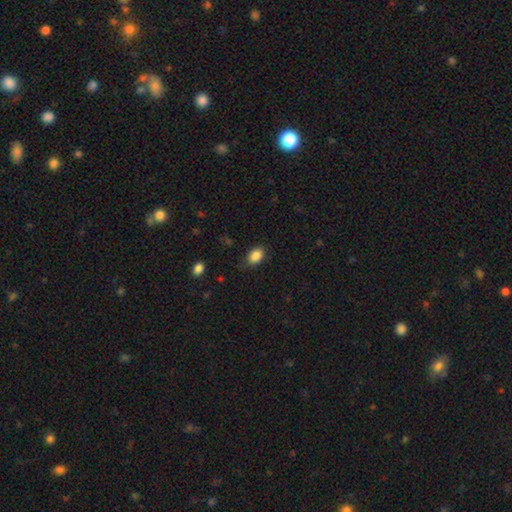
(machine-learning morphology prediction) Q: Smooth or featured?
A: smooth (87%); runner-up: star or artifact (9%)
Q: How rounded?
A: in between (81%); runner-up: round (17%)
Q: Merging?
A: none (78%); runner-up: minor disturbance (18%)